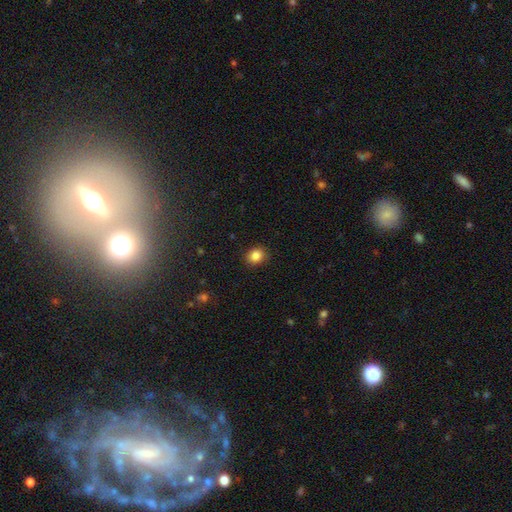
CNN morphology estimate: Smooth or featured? Predicted: smooth (p=0.85). How rounded? Predicted: round (p=0.68). Merging? Predicted: none (p=0.89).